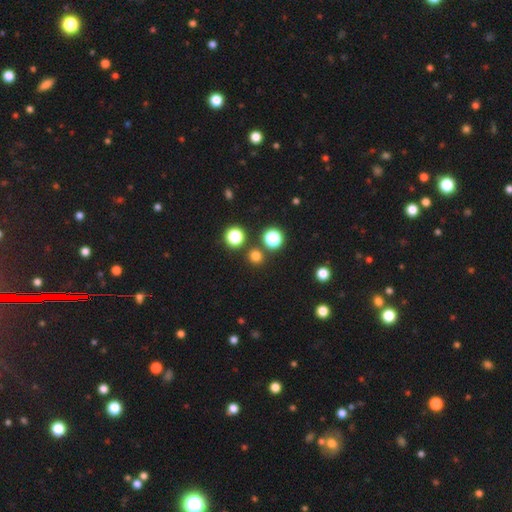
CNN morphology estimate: type=smooth (73%); roundness=round (92%); merging=none (84%).